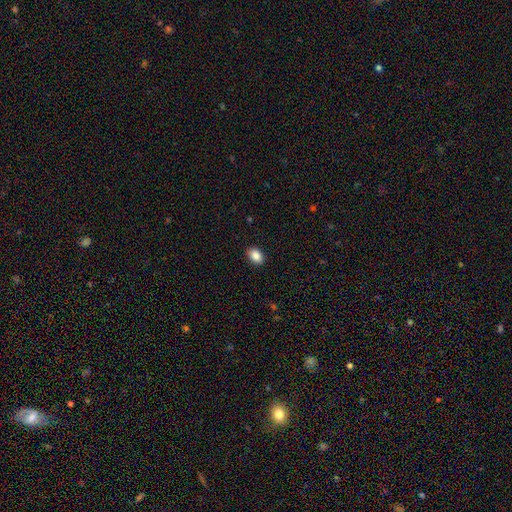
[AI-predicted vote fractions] A smooth galaxy with no disk features (87%) that is in between round and cigar-shaped (79%). Merging: none (89%).